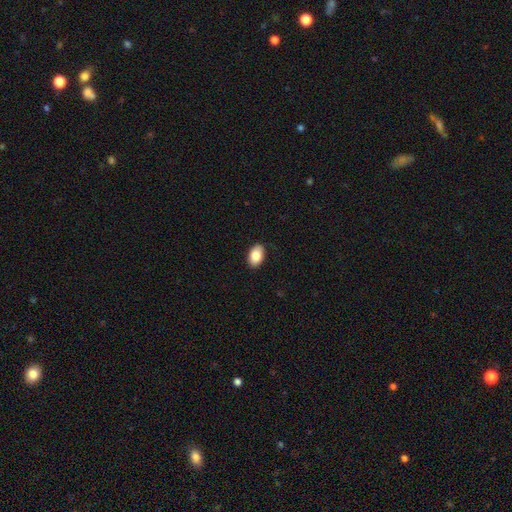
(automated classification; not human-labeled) This appears to be a smooth galaxy with no disk features (85%) that is in between round and cigar-shaped (91%). Merging: none (88%).